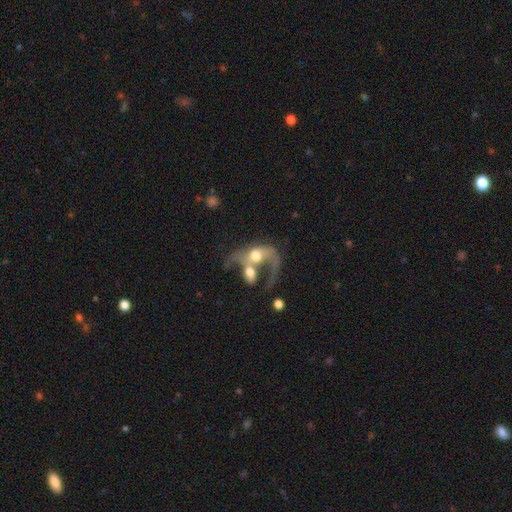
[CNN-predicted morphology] type=featured or disk (56%); edge-on=no (94%); bar=no (72%); spiral arms=yes (56%); bulge=moderate (52%); merging=merger (73%).